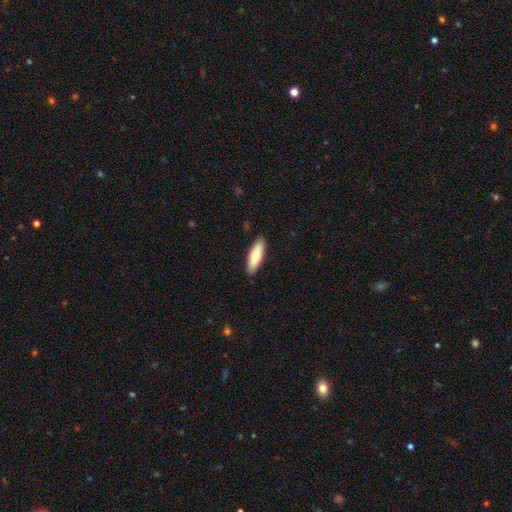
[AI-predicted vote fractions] Q: Smooth or featured?
A: smooth (78%); runner-up: featured or disk (17%)
Q: How rounded?
A: in between (51%); runner-up: cigar-shaped (47%)
Q: Merging?
A: none (89%); runner-up: minor disturbance (8%)